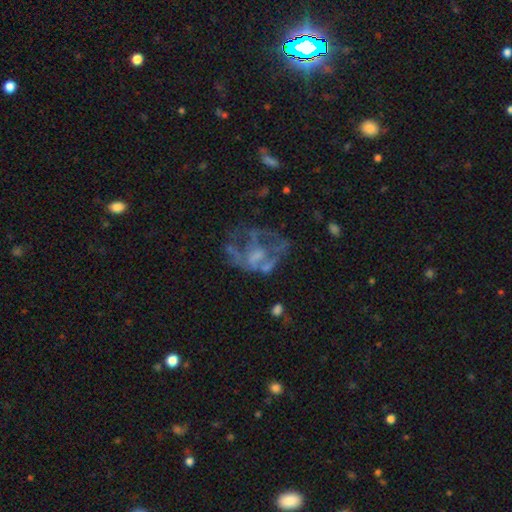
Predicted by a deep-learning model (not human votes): This appears to be a featured or disk galaxy (66%) with no bar (75%), no spiral arms (78%) and no central bulge (46%). Merging: major disturbance (38%).